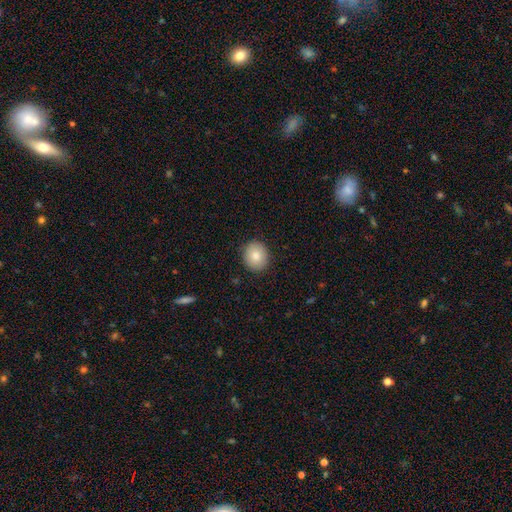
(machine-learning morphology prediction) Smooth or featured: smooth — 84% (featured or disk — 8%)
How rounded: round — 73% (in between — 26%)
Merging: none — 89% (minor disturbance — 8%)